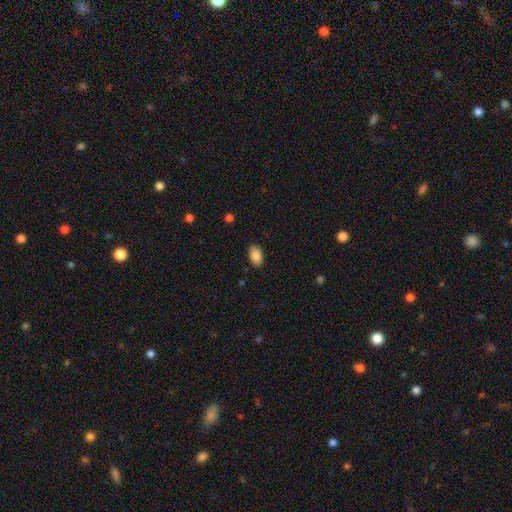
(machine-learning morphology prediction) Q: Smooth or featured?
A: smooth (87%); runner-up: star or artifact (7%)
Q: How rounded?
A: in between (92%); runner-up: round (7%)
Q: Merging?
A: none (88%); runner-up: minor disturbance (9%)